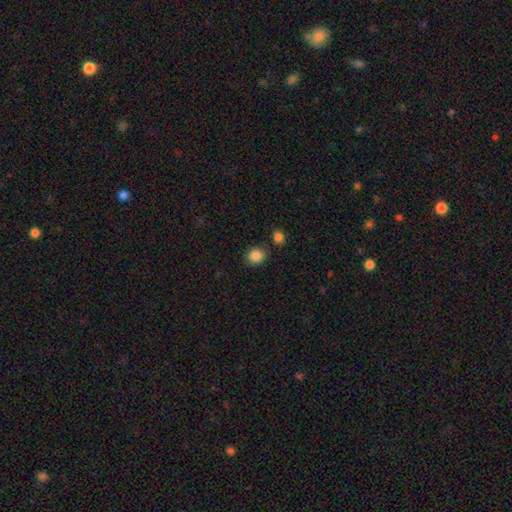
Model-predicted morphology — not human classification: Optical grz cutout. It shows a smooth galaxy with no disk features (87%) that is round (69%). Merging: none (83%).